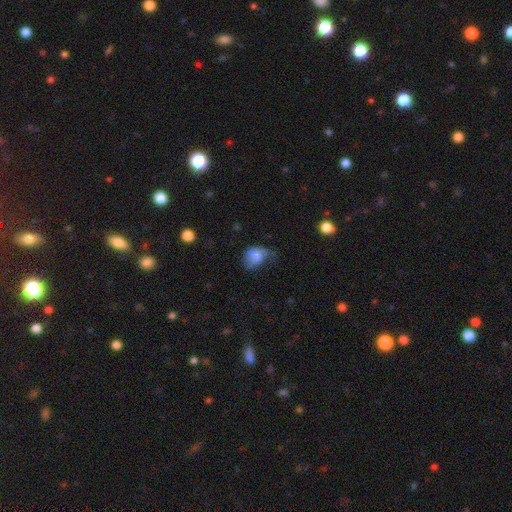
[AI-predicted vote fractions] smooth 73%, featured or disk 18%, star or artifact 9%. Down the decision tree: how rounded — in between (65%); merging — minor disturbance (36%).